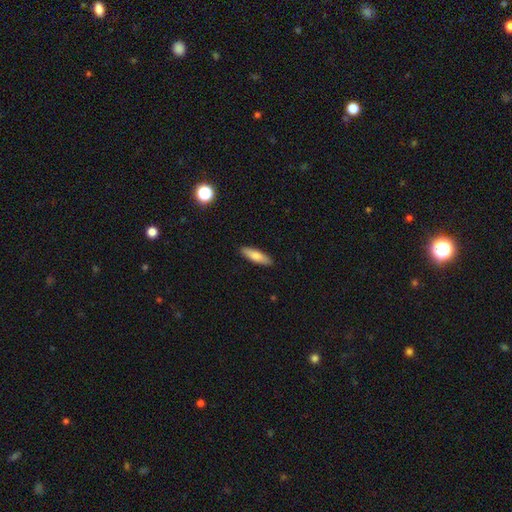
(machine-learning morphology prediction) Q: Smooth or featured?
A: smooth (77%); runner-up: featured or disk (17%)
Q: How rounded?
A: cigar-shaped (58%); runner-up: in between (40%)
Q: Merging?
A: none (90%); runner-up: minor disturbance (7%)